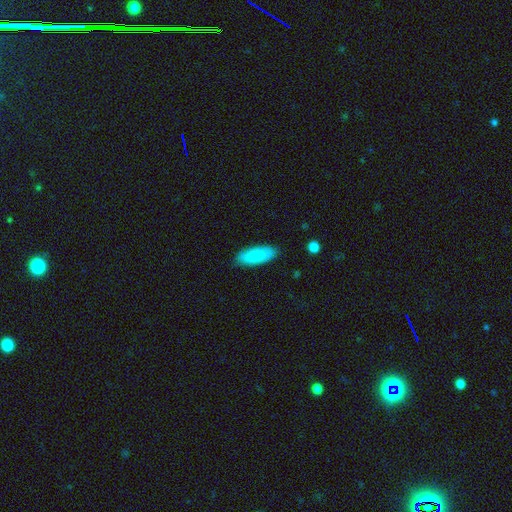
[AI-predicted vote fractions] smooth_or_featured: smooth (p=0.86) [alt: featured or disk p=0.08]
how_rounded: in between (p=0.80) [alt: cigar-shaped p=0.18]
merging: none (p=0.85) [alt: minor disturbance p=0.12]